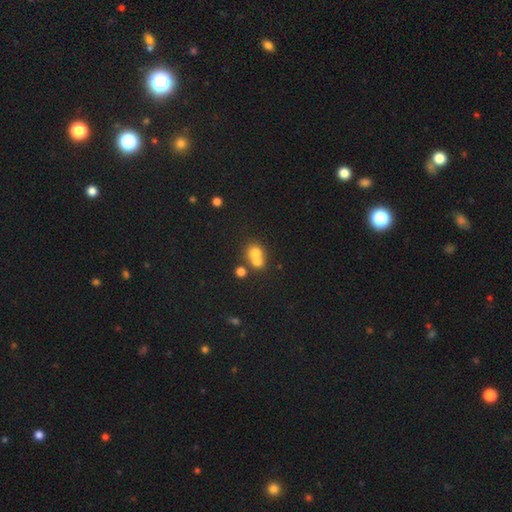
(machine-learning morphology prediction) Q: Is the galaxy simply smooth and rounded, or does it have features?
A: smooth — 69%.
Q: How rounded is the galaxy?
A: round — 74%.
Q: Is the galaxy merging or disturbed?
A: merger — 61%.